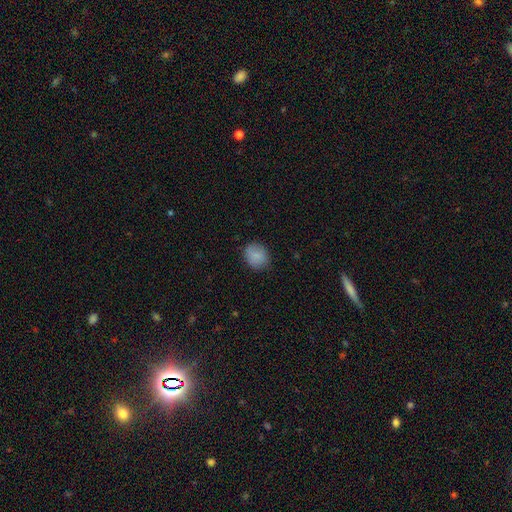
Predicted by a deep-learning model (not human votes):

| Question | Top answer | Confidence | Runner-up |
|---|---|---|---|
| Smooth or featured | smooth | 85% | star or artifact (8%) |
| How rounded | round | 58% | in between (41%) |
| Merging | none | 82% | minor disturbance (14%) |